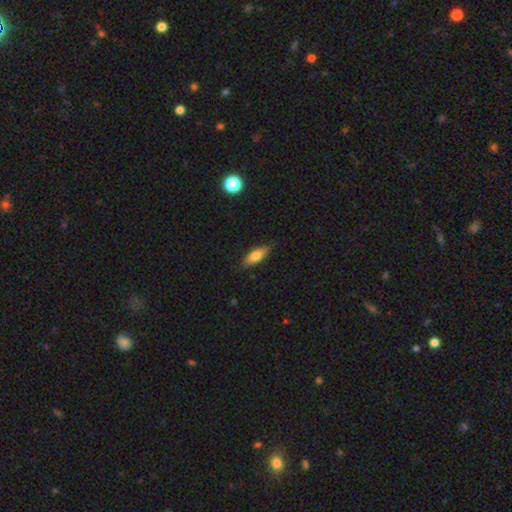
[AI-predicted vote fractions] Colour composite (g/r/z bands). It shows a smooth galaxy with no disk features (71%) that is in between round and cigar-shaped (63%). Merging: none (80%).